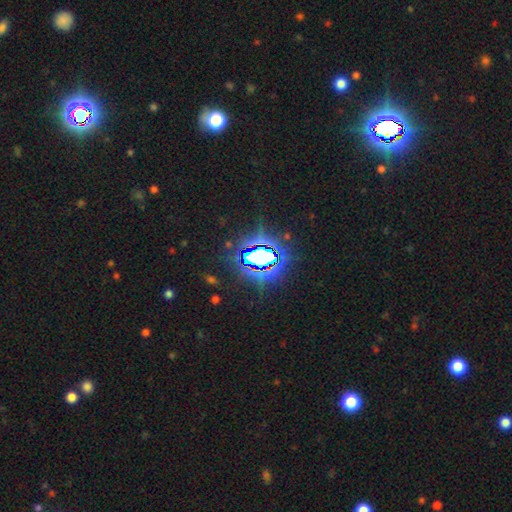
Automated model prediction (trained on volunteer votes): Q: Smooth or featured?
A: star or artifact (83%); runner-up: smooth (10%)